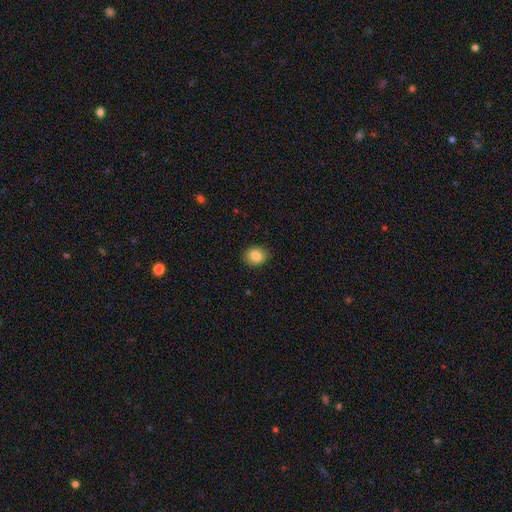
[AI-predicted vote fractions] Smooth or featured? Predicted: smooth (p=0.85). How rounded? Predicted: round (p=0.56). Merging? Predicted: none (p=0.88).